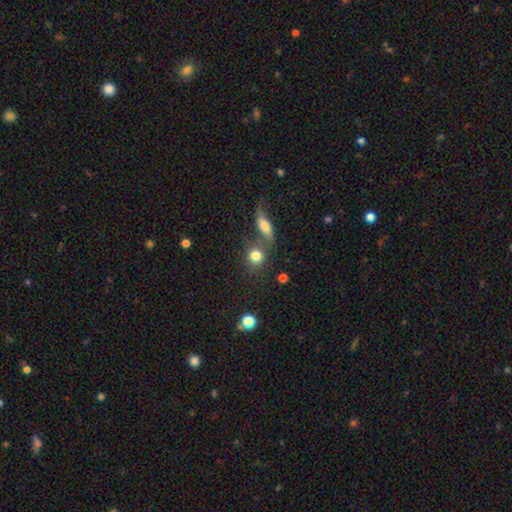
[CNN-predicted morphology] This is likely a smooth galaxy (80%). How rounded: likely round (74%). Merging: possibly none (50%).